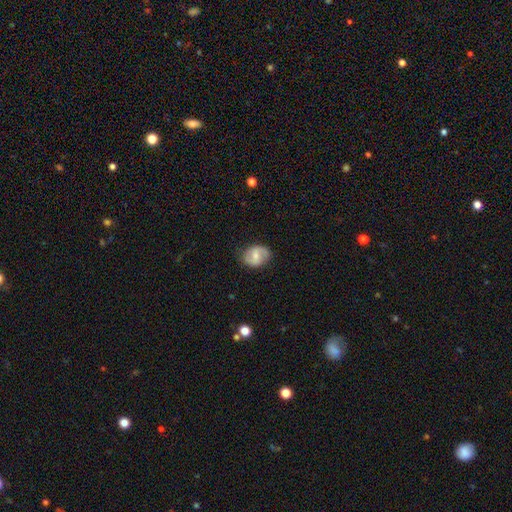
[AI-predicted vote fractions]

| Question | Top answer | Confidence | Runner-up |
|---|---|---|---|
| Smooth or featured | featured or disk | 54% | smooth (39%) |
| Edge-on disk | no | 97% | yes (3%) |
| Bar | weak | 52% | no (30%) |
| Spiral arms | yes | 84% | no (16%) |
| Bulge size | moderate | 45% | small (44%) |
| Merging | none | 80% | minor disturbance (15%) |